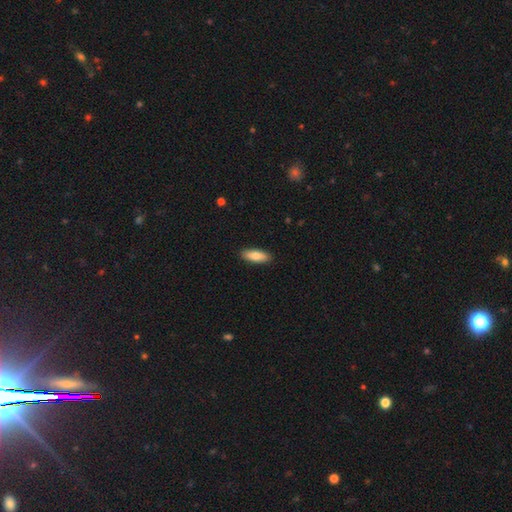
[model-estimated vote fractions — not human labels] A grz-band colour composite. It shows a smooth galaxy with no disk features (80%) that is in between round and cigar-shaped (69%). Merging: none (90%).